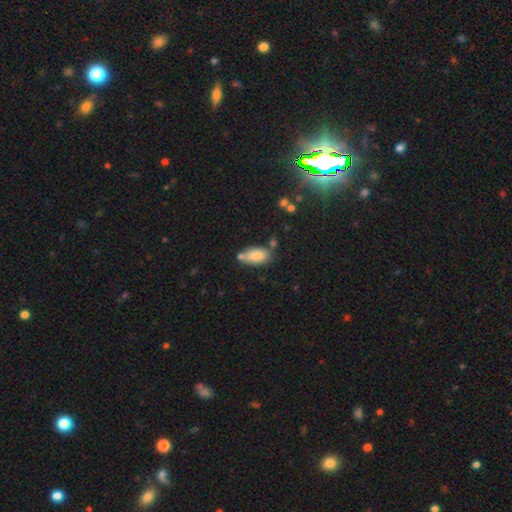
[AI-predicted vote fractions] Overall: smooth (83%). How rounded: in between (90%). Merging: none (59%; minor disturbance 20%).